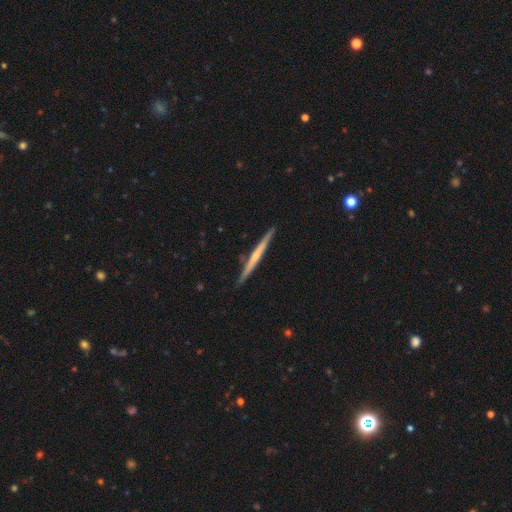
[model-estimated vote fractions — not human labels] This is likely a featured or disk galaxy (63%). It is clearly viewed edge-on (98%). Edge-on bulge: possibly none (48%). Merging: clearly none (87%).